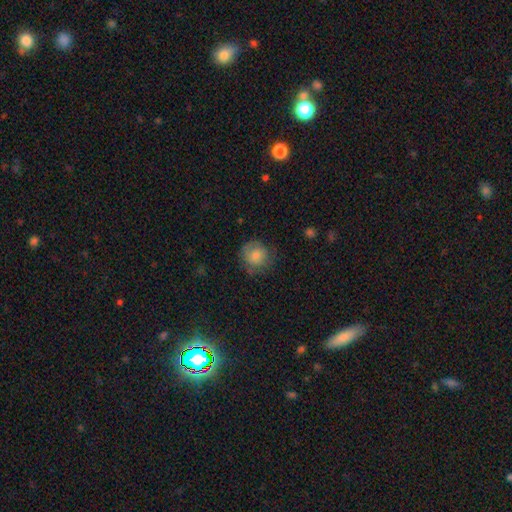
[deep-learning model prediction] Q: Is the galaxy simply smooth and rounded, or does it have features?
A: smooth — 76%.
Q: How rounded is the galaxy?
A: round — 86%.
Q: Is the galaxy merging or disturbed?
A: none — 63%.